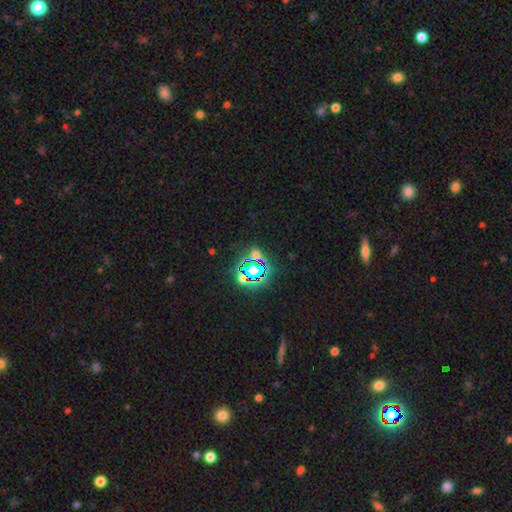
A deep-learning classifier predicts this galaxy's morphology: smooth-or-featured: star or artifact: 66% | smooth: 24% | featured or disk: 10%